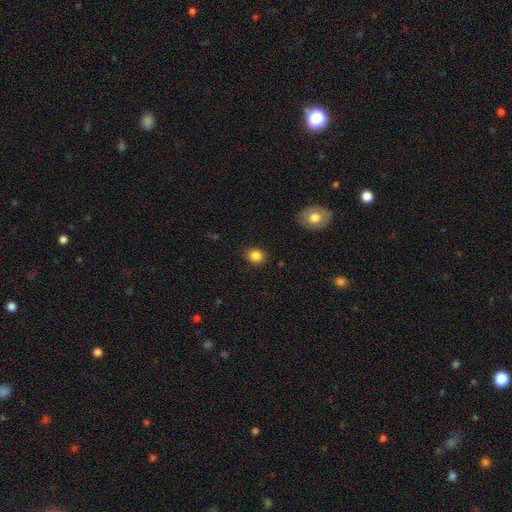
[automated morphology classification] Q: Smooth or featured?
A: smooth (85%); runner-up: star or artifact (10%)
Q: How rounded?
A: round (72%); runner-up: in between (27%)
Q: Merging?
A: none (88%); runner-up: minor disturbance (9%)